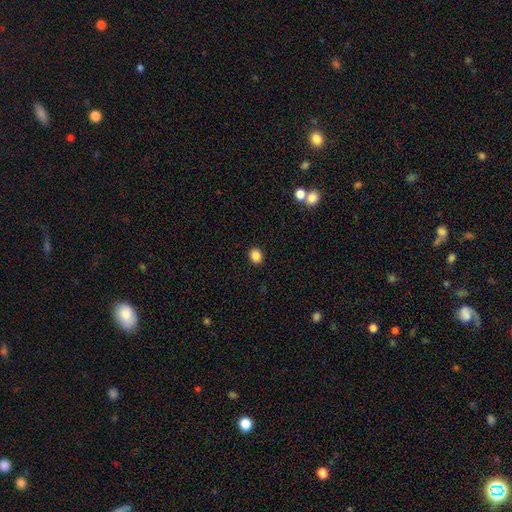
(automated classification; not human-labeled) A smooth galaxy with no disk features (86%) that is round (66%). Merging: none (91%).